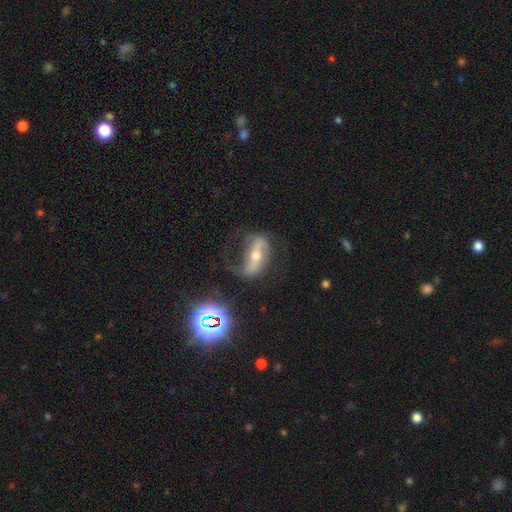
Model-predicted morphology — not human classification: A featured or disk galaxy (76%) with a strong bar (60%), 2 (75%) loose (56%) spiral arms (88%) and a moderate central bulge (59%).

Vote fractions:
- Smooth or featured? featured or disk: 76% / smooth: 12% / star or artifact: 11%
- Edge-on disk? no: 91% / yes: 9%
- Bar? strong: 60% / weak: 24% / no: 16%
- Spiral arms? yes: 88% / no: 12%
- Spiral winding? loose: 56% / medium: 33% / tight: 11%
- Spiral arm count? 2: 75% / 1: 16% / can't tell: 5% / 3: 1% / 4: 1% / more than 4: 1%
- Bulge size? moderate: 59% / small: 35% / large: 3% / none: 1% / dominant: 1%
- Merging? none: 52% / major disturbance: 25% / minor disturbance: 21% / merger: 3%